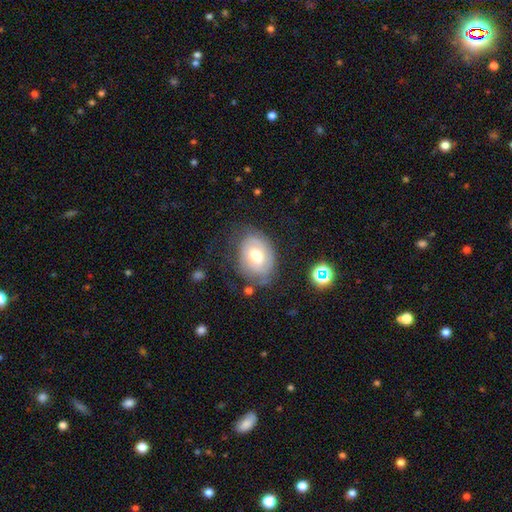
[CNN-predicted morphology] A featured or disk galaxy (55%) with no bar (56%), spiral arms (66%) and a moderate central bulge (67%).

Vote fractions:
- Smooth or featured? featured or disk: 55% / smooth: 37% / star or artifact: 8%
- Edge-on disk? no: 95% / yes: 5%
- Bar? no: 56% / weak: 36% / strong: 8%
- Spiral arms? yes: 66% / no: 34%
- Bulge size? moderate: 67% / large: 20% / small: 10% / dominant: 2% / none: 1%
- Merging? none: 62% / minor disturbance: 23% / major disturbance: 12% / merger: 2%